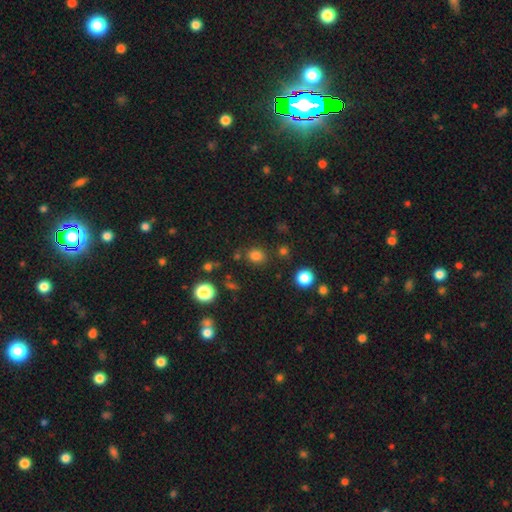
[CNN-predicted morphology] The model was most divided on "how rounded": round: 61%, in between: 38%, cigar-shaped: 1%. More confident: smooth or featured — smooth (79%); merging — none (78%).